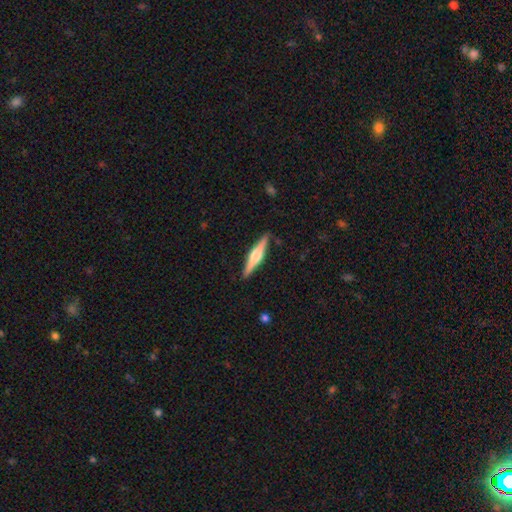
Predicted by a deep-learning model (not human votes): smooth-or-featured: featured or disk: 68% | smooth: 27% | star or artifact: 5%
  disk-edge-on: yes: 98% | no: 2%
    edge-on-bulge: rounded: 82% | boxy: 14% | none: 4%
  merging: none: 89% | minor disturbance: 8% | major disturbance: 2% | merger: 1%